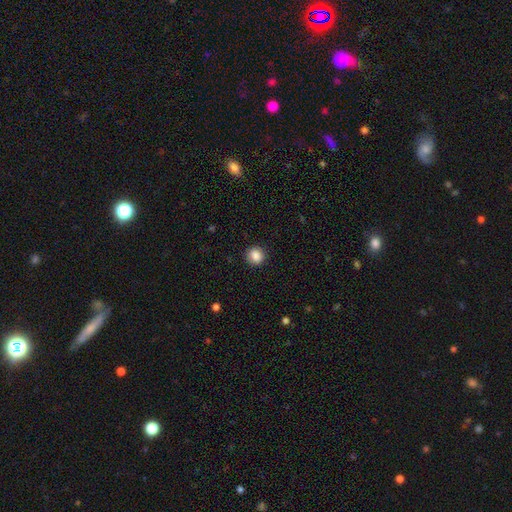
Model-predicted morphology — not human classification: smooth_or_featured: smooth (p=0.87) [alt: star or artifact p=0.09]
how_rounded: round (p=0.84) [alt: in between p=0.15]
merging: none (p=0.90) [alt: minor disturbance p=0.07]